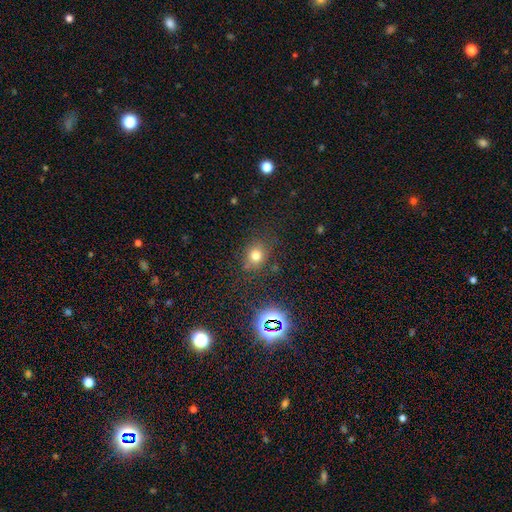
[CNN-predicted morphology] type=smooth (72%); roundness=round (65%); merging=none (77%).